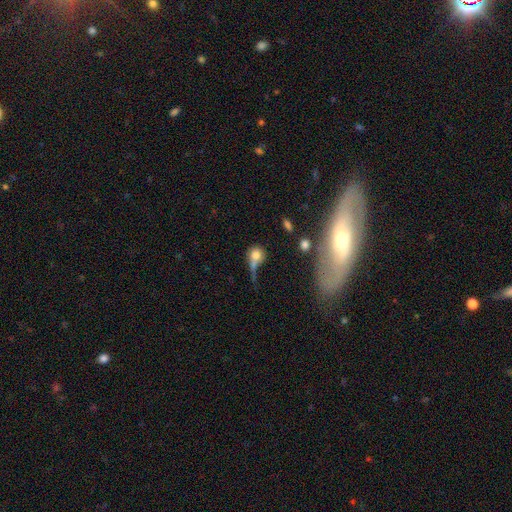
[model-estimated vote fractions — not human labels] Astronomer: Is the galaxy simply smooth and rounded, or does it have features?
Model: smooth — 68%.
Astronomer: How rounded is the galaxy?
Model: round — 72%.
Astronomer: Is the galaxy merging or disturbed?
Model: major disturbance — 32% (runner-up: none, 29%).